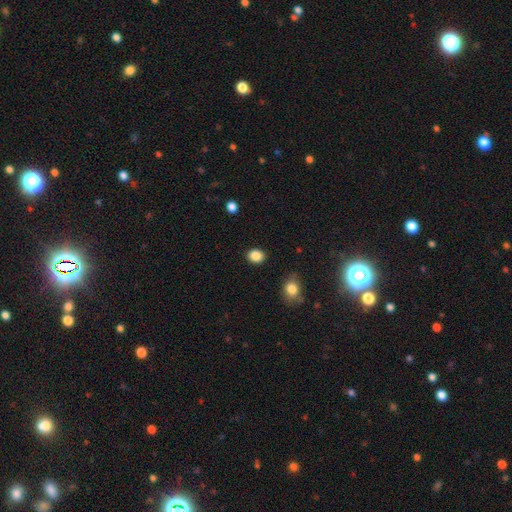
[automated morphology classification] Q: Smooth or featured?
A: smooth (87%); runner-up: star or artifact (9%)
Q: How rounded?
A: round (54%); runner-up: in between (45%)
Q: Merging?
A: none (89%); runner-up: minor disturbance (8%)